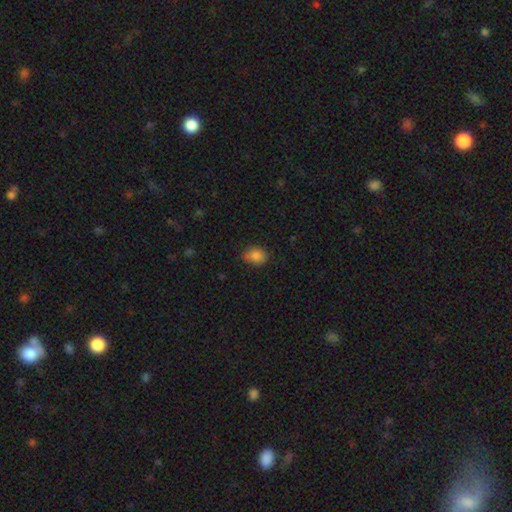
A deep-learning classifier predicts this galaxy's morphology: smooth-or-featured: smooth: 84% | star or artifact: 9% | featured or disk: 7%
  how-rounded: in between: 53% | round: 46% | cigar-shaped: 1%
  merging: none: 76% | minor disturbance: 17% | major disturbance: 3% | merger: 3%